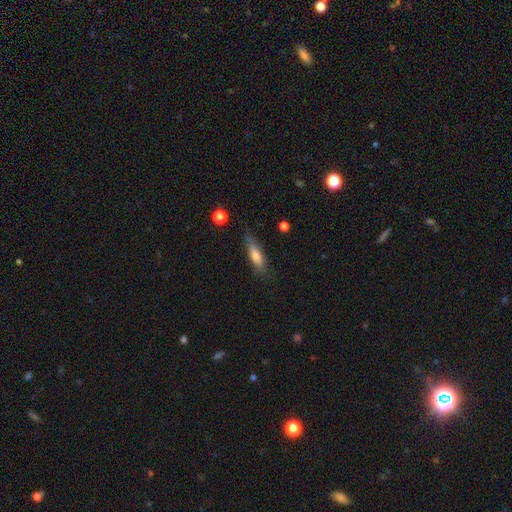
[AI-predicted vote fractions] smooth 65%, featured or disk 28%, star or artifact 7%. Down the decision tree: how rounded — cigar-shaped (66%); merging — none (75%).